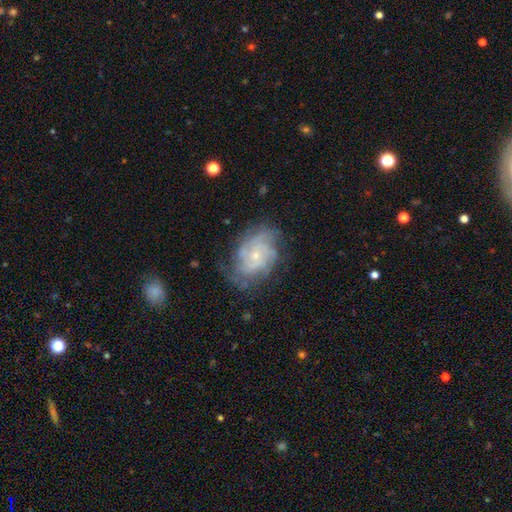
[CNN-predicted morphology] Smooth or featured? Predicted: featured or disk (p=0.75). Edge-on disk? Predicted: no (p=0.97). Bar? Predicted: no (p=0.77). Spiral arms? Predicted: yes (p=0.91). Spiral winding? Predicted: tight (p=0.59). Spiral arm count? Predicted: can't tell (p=0.44). Bulge size? Predicted: small (p=0.75). Merging? Predicted: none (p=0.67).